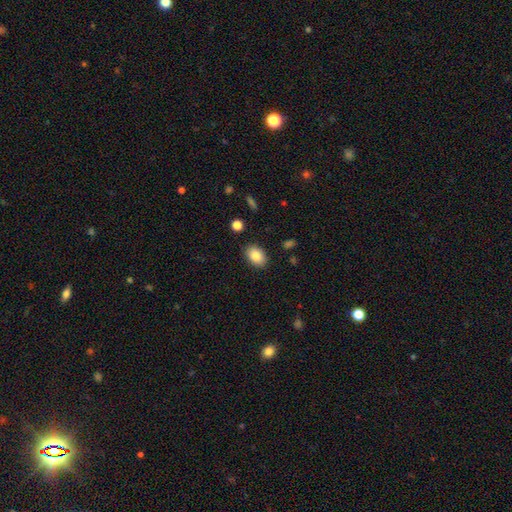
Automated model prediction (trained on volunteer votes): smooth 85%, star or artifact 8%, featured or disk 7%. Down the decision tree: how rounded — in between (85%); merging — none (87%).